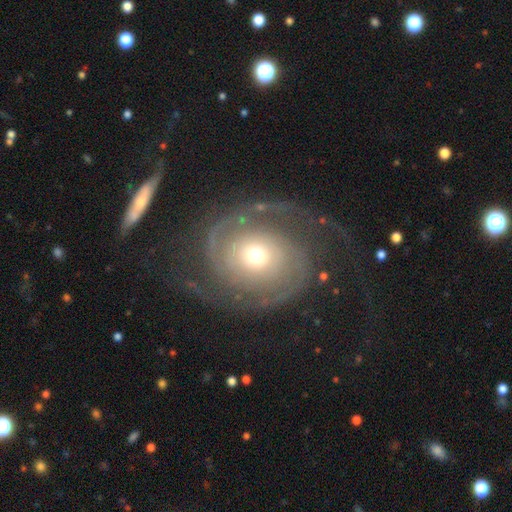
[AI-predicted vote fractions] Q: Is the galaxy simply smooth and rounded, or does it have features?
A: featured or disk — 84%.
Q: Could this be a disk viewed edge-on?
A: no — 97%.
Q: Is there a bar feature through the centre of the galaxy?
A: no — 80%.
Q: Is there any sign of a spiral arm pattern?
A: yes — 92%.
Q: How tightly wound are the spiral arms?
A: tight — 53%.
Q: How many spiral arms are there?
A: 2 — 61%.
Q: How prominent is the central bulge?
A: moderate — 53%.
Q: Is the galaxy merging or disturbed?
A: none — 64%.